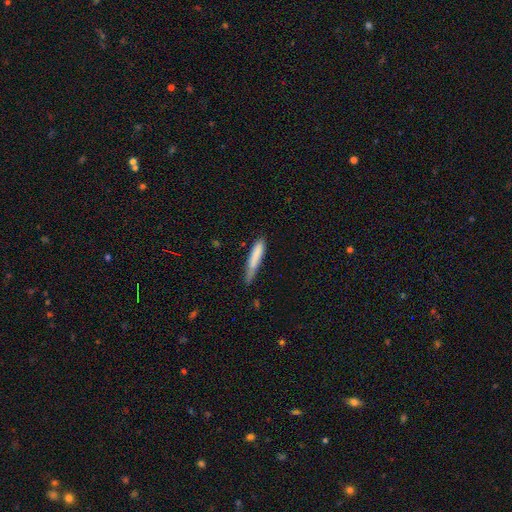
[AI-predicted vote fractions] Smooth or featured: smooth — 80% (featured or disk — 14%)
How rounded: cigar-shaped — 91% (in between — 8%)
Merging: none — 60% (minor disturbance — 32%)